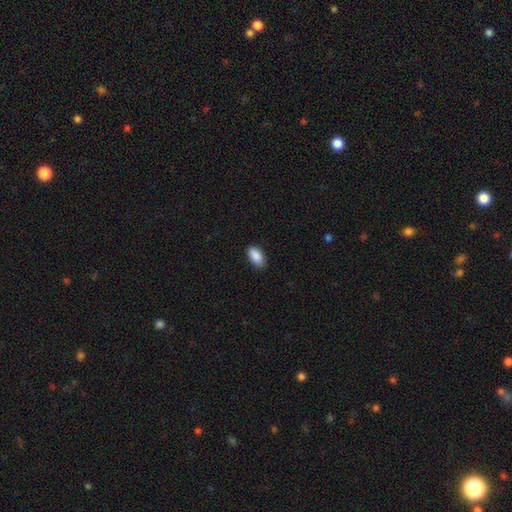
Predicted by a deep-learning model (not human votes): Smooth or featured? Predicted: smooth (p=0.90). How rounded? Predicted: in between (p=0.95). Merging? Predicted: none (p=0.86).